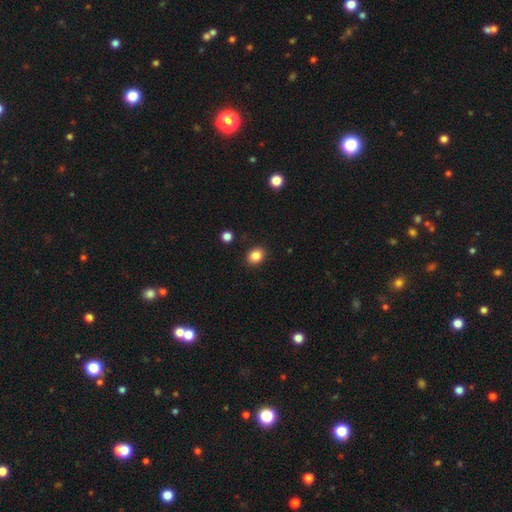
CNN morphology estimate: smooth_or_featured: smooth (p=0.85) [alt: star or artifact p=0.10]
how_rounded: round (p=0.50) [alt: in between p=0.49]
merging: none (p=0.89) [alt: minor disturbance p=0.07]